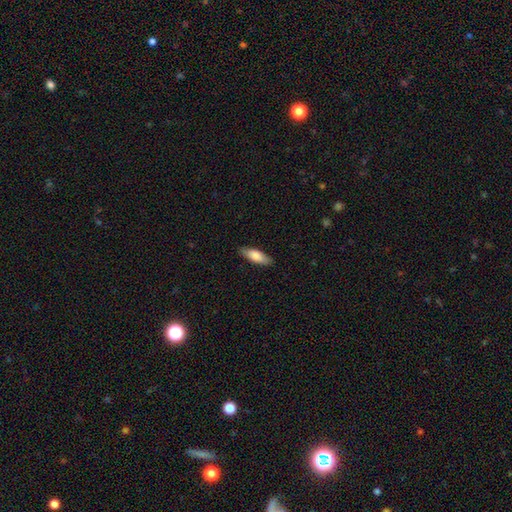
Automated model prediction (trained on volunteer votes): Smooth or featured: smooth — 79% (featured or disk — 15%)
How rounded: in between — 59% (cigar-shaped — 40%)
Merging: none — 85% (minor disturbance — 12%)